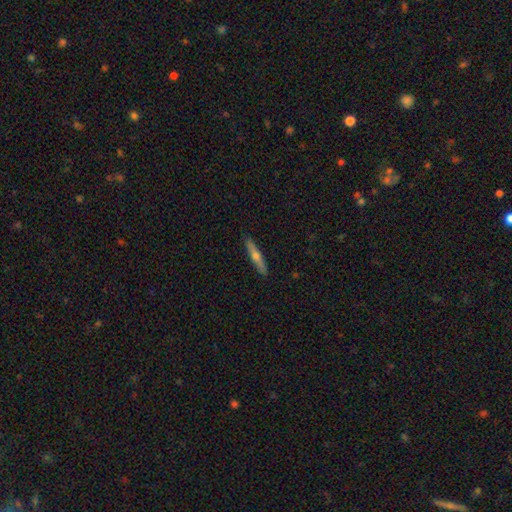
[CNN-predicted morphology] featured or disk 56%, smooth 37%, star or artifact 6%. Down the decision tree: edge-on disk — yes (94%); edge-on bulge — rounded (85%); merging — none (91%).